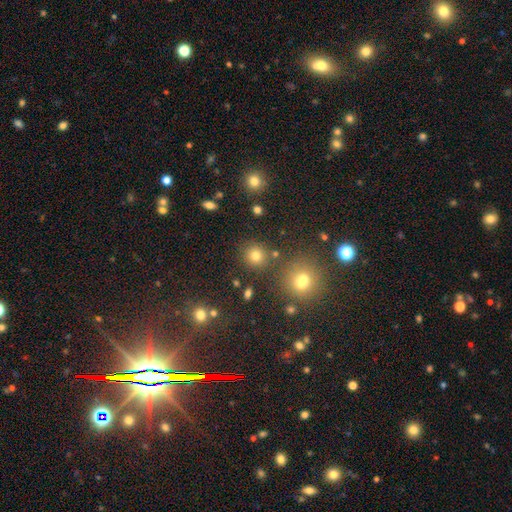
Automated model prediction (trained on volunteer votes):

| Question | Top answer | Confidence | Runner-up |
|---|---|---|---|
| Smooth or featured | smooth | 75% | star or artifact (18%) |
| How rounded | round | 90% | in between (9%) |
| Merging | none | 82% | minor disturbance (8%) |